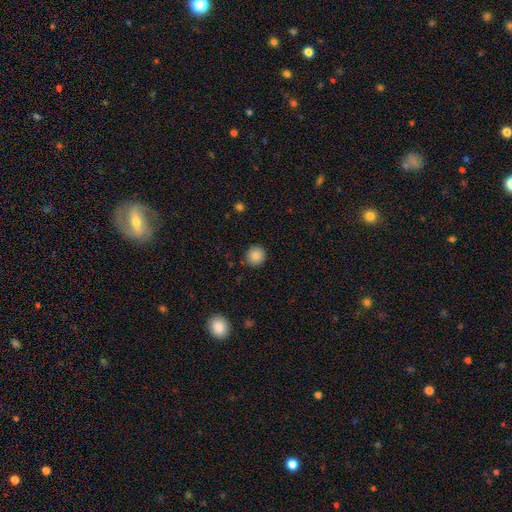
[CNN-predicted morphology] smooth_or_featured: smooth (p=0.86) [alt: star or artifact p=0.09]
how_rounded: round (p=0.93) [alt: in between p=0.06]
merging: none (p=0.89) [alt: minor disturbance p=0.07]